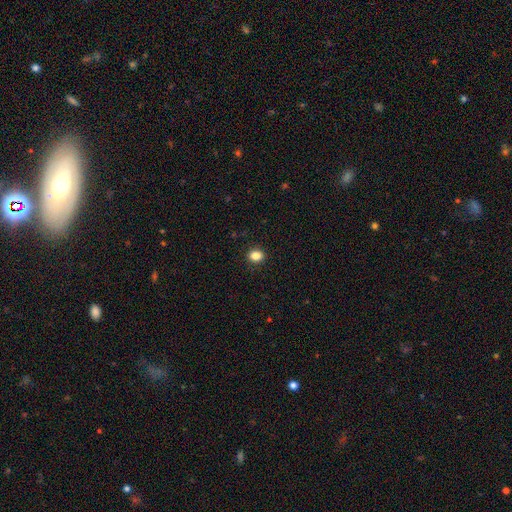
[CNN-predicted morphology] This is clearly a smooth galaxy (85%). How rounded: likely round (61%). Merging: clearly none (91%).